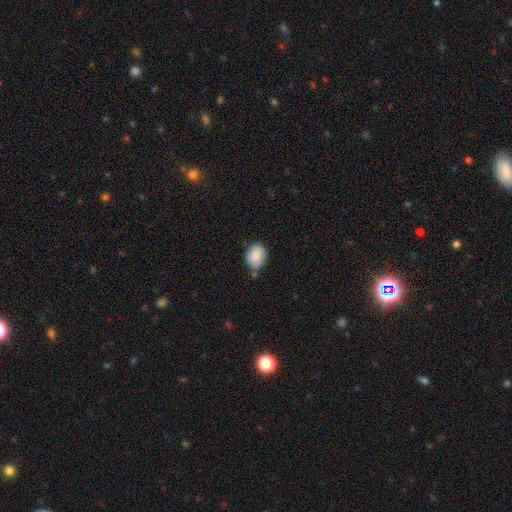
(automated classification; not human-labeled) Smooth or featured?
  - smooth: 86% *
  - featured or disk: 7%
  - star or artifact: 7%
How rounded?
  - in between: 63% *
  - round: 36%
  - cigar-shaped: 1%
Merging?
  - none: 67% *
  - minor disturbance: 23%
  - merger: 6%
  - major disturbance: 4%